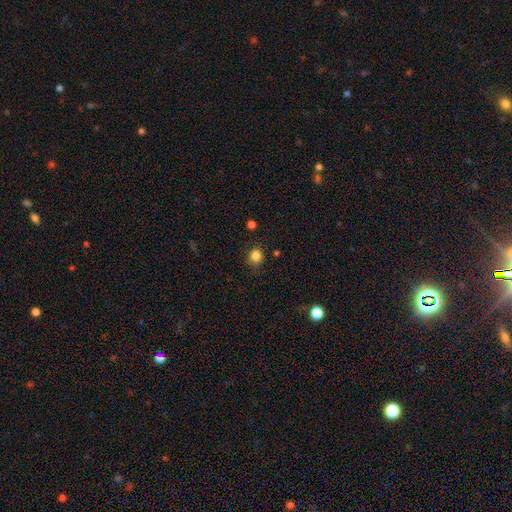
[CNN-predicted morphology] This appears to be a smooth galaxy with no disk features (84%) that is round (76%). Merging: none (83%).